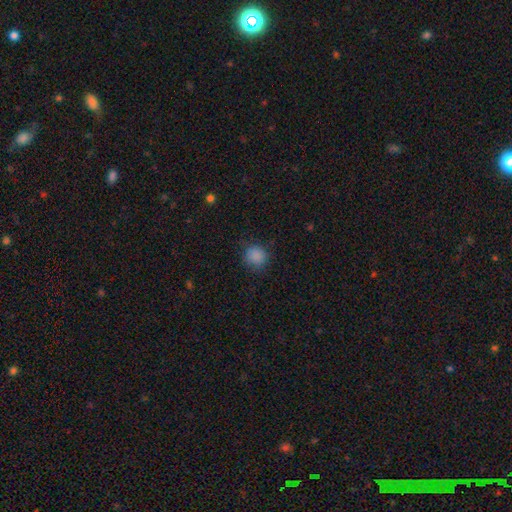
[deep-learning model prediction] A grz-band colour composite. It shows a smooth galaxy with no disk features (85%) that is round (88%). Merging: none (83%).